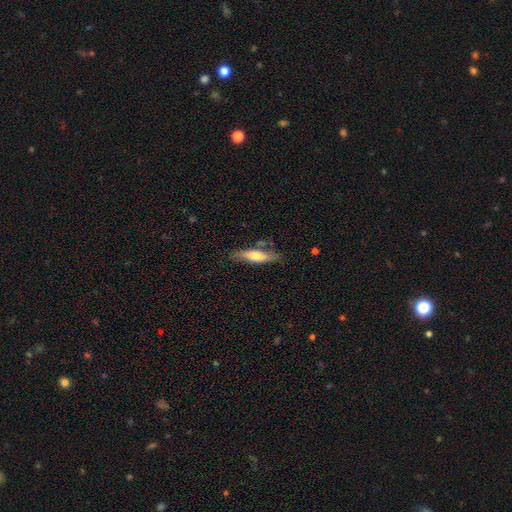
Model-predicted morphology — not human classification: Smooth or featured: smooth — 61% (featured or disk — 33%)
How rounded: cigar-shaped — 63% (in between — 35%)
Merging: none — 72% (minor disturbance — 18%)